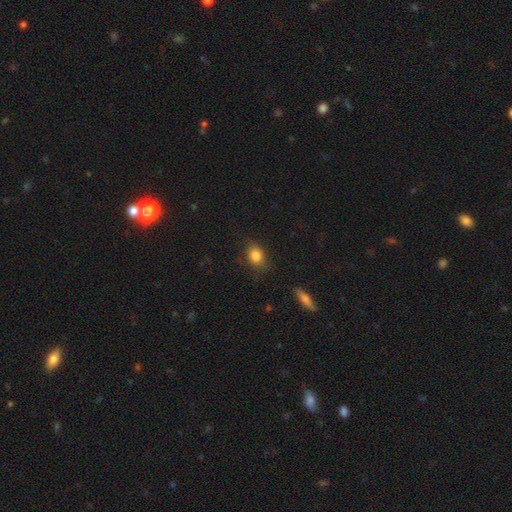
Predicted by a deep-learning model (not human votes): Morphology: type=smooth (84%); roundness=in between (59%); merging=none (76%).